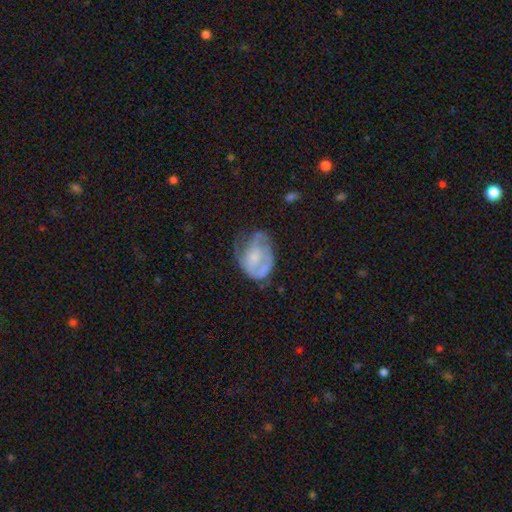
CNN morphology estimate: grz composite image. It shows a featured or disk galaxy (55%) with no bar (73%), spiral arms (57%) and a small central bulge (46%). Merging: none (34%).